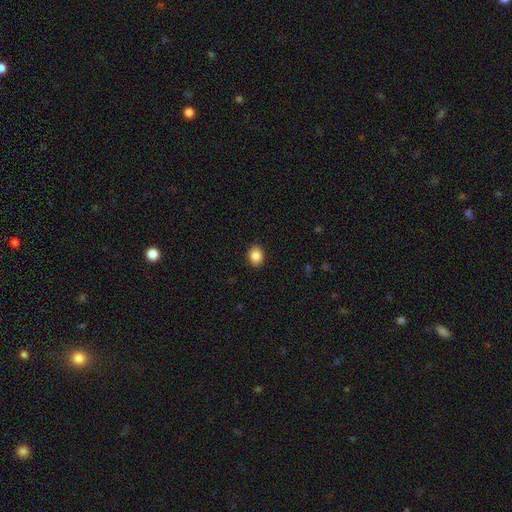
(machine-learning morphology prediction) smooth-or-featured: smooth: 86% | star or artifact: 9% | featured or disk: 5%
  how-rounded: round: 54% | in between: 45% | cigar-shaped: 1%
  merging: none: 90% | minor disturbance: 8% | major disturbance: 2% | merger: 1%